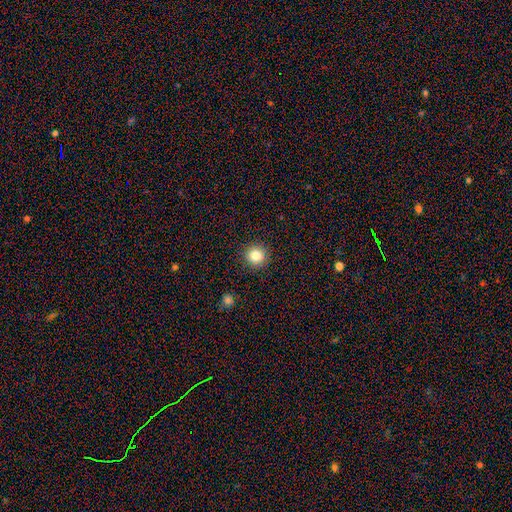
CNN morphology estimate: This is clearly a smooth galaxy (83%). How rounded: clearly round (94%). Merging: clearly none (92%).